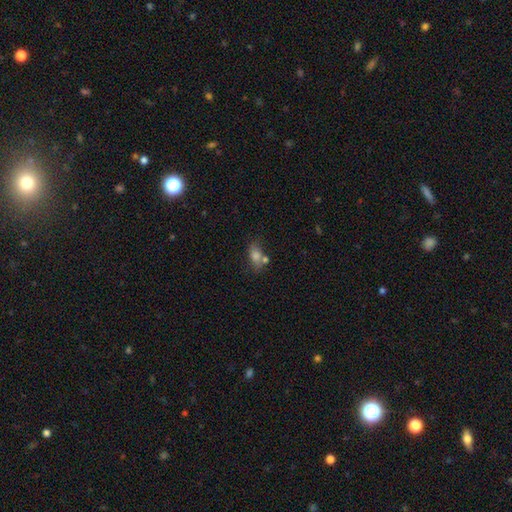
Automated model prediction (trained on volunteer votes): smooth-or-featured: smooth: 75% | featured or disk: 14% | star or artifact: 11%
  how-rounded: in between: 79% | round: 16% | cigar-shaped: 5%
  merging: none: 51% | merger: 25% | minor disturbance: 17% | major disturbance: 7%